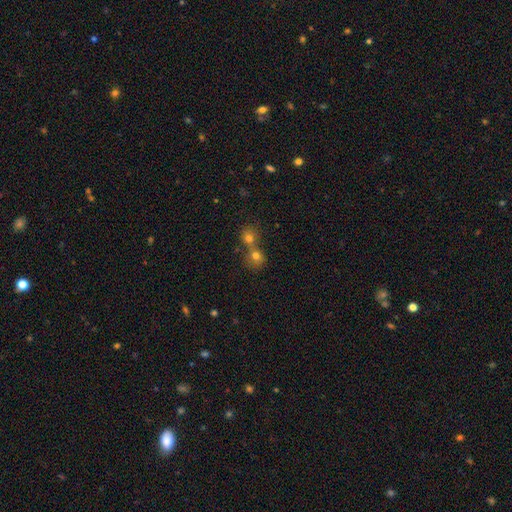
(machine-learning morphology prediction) Smooth or featured: smooth — 74% (star or artifact — 14%)
How rounded: round — 80% (in between — 19%)
Merging: merger — 60% (none — 32%)